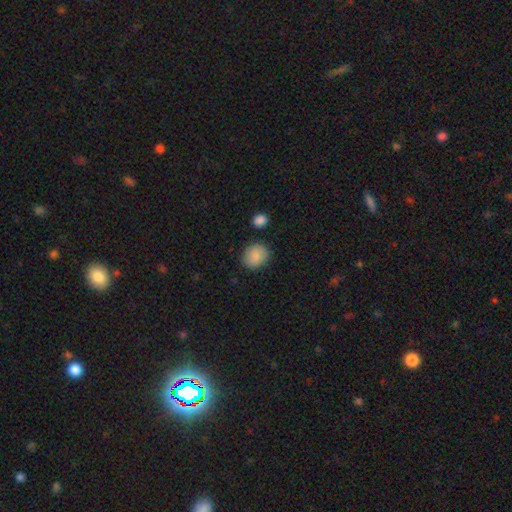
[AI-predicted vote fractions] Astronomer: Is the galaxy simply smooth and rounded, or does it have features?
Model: smooth — 88%.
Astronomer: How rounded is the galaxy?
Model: round — 64%.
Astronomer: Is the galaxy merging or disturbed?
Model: none — 84%.